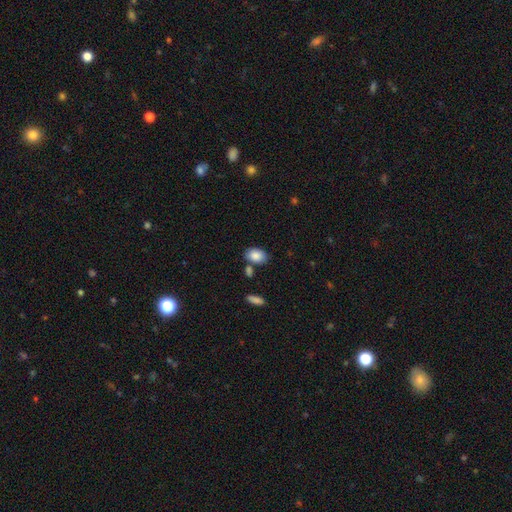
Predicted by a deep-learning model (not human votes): smooth-or-featured: smooth: 86% | star or artifact: 7% | featured or disk: 7%
  how-rounded: in between: 86% | round: 12% | cigar-shaped: 1%
  merging: none: 72% | minor disturbance: 14% | merger: 11% | major disturbance: 3%